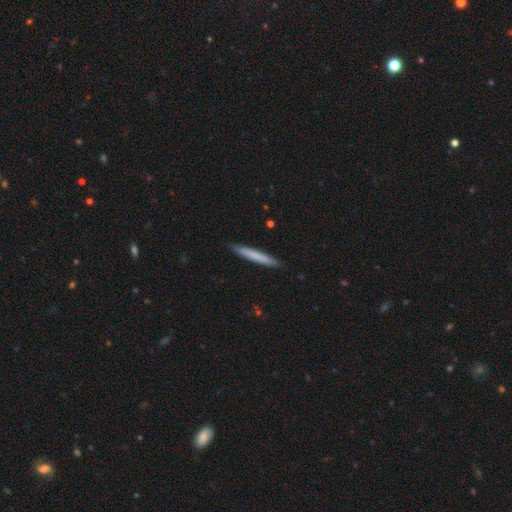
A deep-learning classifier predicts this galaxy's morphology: smooth-or-featured: smooth: 71% | featured or disk: 24% | star or artifact: 5%
  how-rounded: cigar-shaped: 96% | in between: 3% | round: 1%
  merging: none: 89% | minor disturbance: 8% | major disturbance: 1% | merger: 1%